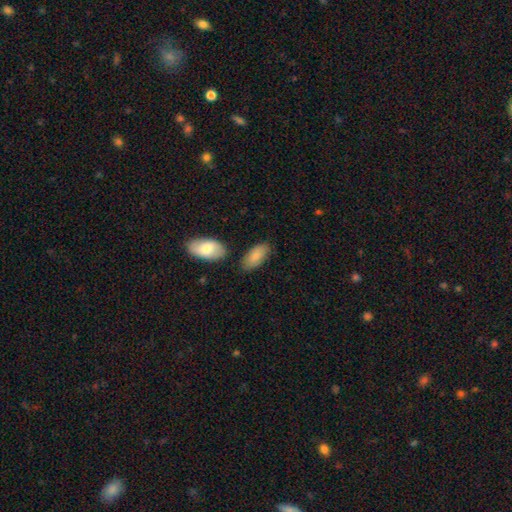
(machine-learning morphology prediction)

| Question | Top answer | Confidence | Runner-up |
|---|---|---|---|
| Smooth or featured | smooth | 83% | featured or disk (11%) |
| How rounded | in between | 93% | cigar-shaped (5%) |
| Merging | none | 74% | minor disturbance (15%) |